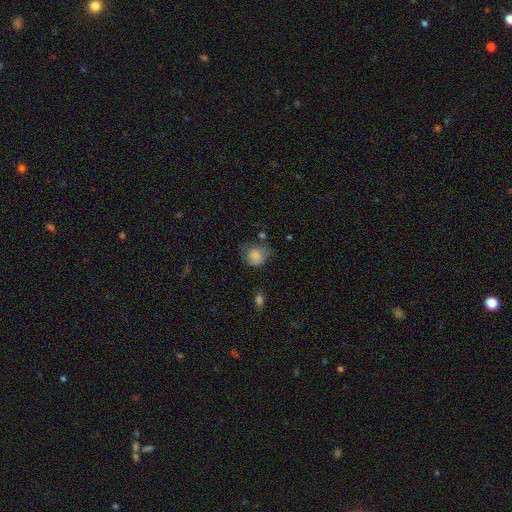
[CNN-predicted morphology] smooth-or-featured: smooth: 78% | featured or disk: 13% | star or artifact: 9%
  how-rounded: round: 70% | in between: 29% | cigar-shaped: 1%
  merging: none: 48% | minor disturbance: 32% | major disturbance: 17% | merger: 4%